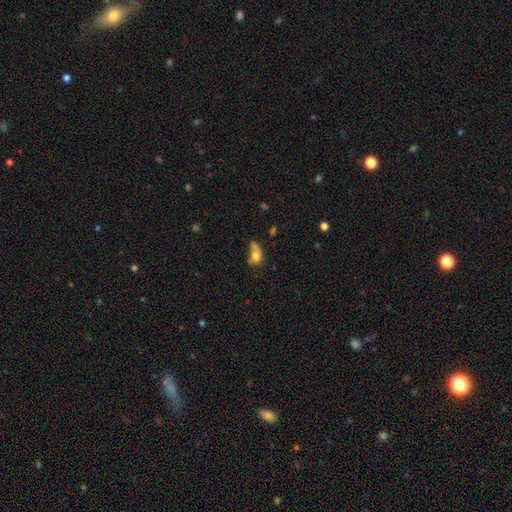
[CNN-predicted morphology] The model was most divided on "merging": none: 28%, merger: 27%, major disturbance: 23%, minor disturbance: 22%. More confident: smooth or featured — smooth (70%); how rounded — in between (50%).